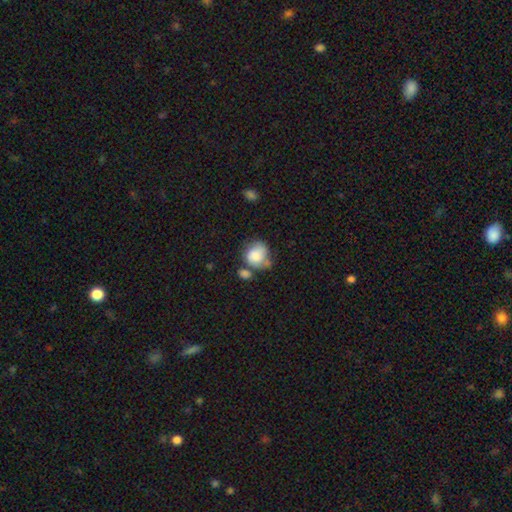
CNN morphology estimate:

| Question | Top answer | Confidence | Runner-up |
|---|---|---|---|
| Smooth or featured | smooth | 75% | featured or disk (18%) |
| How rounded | round | 68% | in between (31%) |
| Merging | none | 35% | merger (27%) |